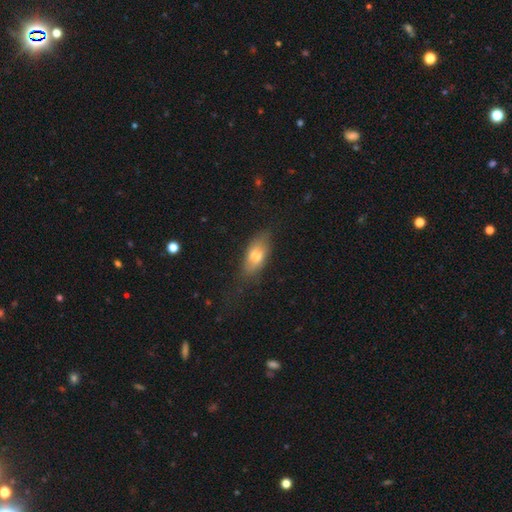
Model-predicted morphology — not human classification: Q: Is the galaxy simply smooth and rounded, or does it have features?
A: smooth — 69%.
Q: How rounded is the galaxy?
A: in between — 81%.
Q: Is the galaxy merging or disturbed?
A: none — 67%.